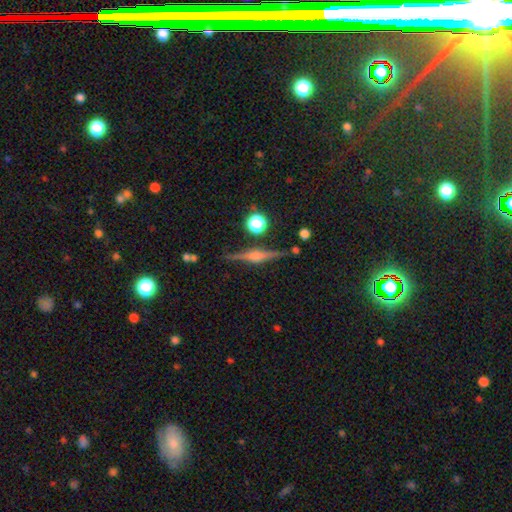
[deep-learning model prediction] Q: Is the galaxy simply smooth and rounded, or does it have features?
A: featured or disk — 82%.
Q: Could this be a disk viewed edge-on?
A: yes — 97%.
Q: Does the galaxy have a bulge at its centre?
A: rounded — 86%.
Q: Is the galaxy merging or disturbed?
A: none — 87%.